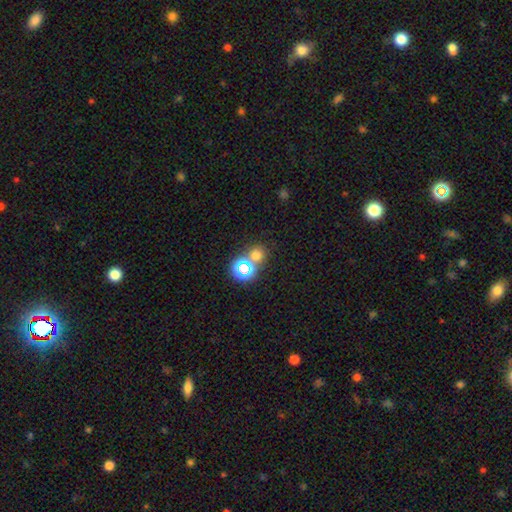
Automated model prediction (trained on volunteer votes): Q: Smooth or featured?
A: smooth (61%); runner-up: star or artifact (32%)
Q: How rounded?
A: round (84%); runner-up: in between (15%)
Q: Merging?
A: none (61%); runner-up: merger (29%)